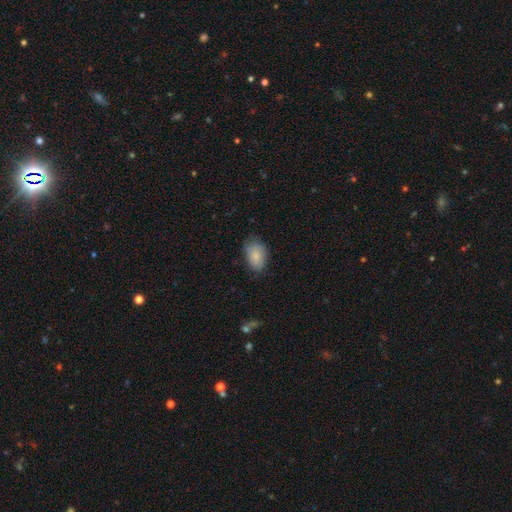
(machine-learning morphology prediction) Q: Smooth or featured?
A: smooth (83%); runner-up: featured or disk (10%)
Q: How rounded?
A: in between (90%); runner-up: round (9%)
Q: Merging?
A: none (72%); runner-up: minor disturbance (22%)